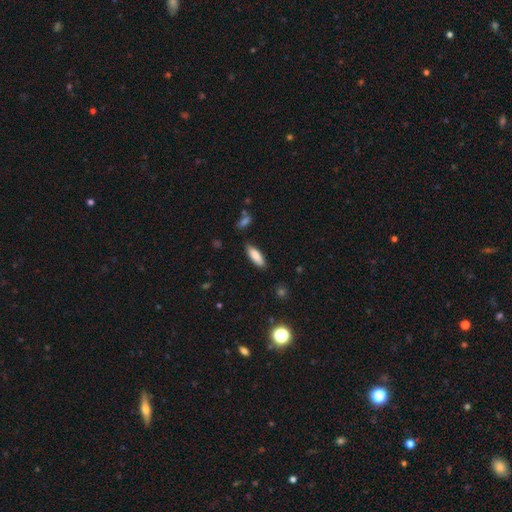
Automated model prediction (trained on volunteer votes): This appears to be a smooth galaxy with no disk features (85%) that is in between round and cigar-shaped (55%). Merging: none (84%).